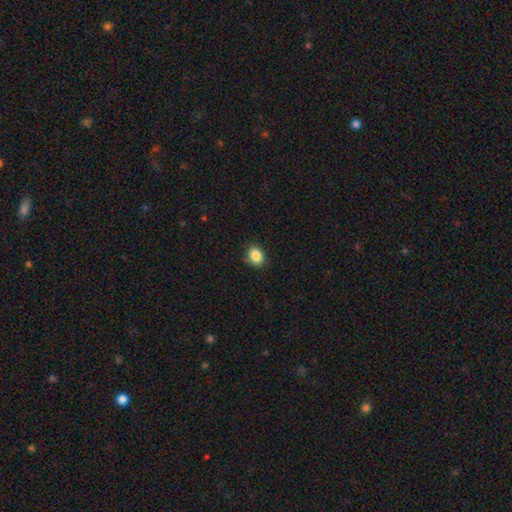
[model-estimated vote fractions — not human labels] A smooth galaxy with no disk features (87%) that is in between round and cigar-shaped (64%).

Vote fractions:
- Smooth or featured? smooth: 87% / star or artifact: 9% / featured or disk: 4%
- How rounded? in between: 64% / round: 35% / cigar-shaped: 1%
- Merging? none: 84% / minor disturbance: 13% / major disturbance: 2% / merger: 1%